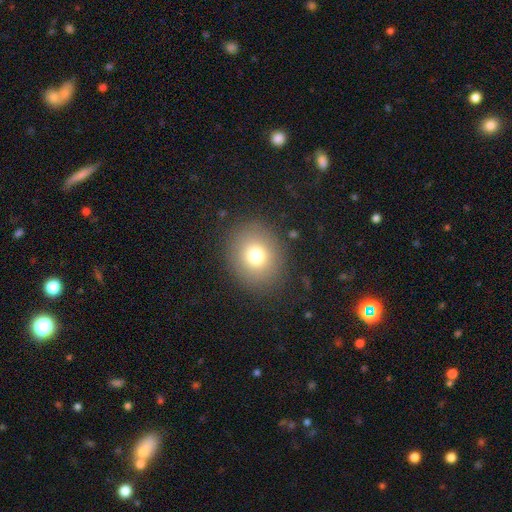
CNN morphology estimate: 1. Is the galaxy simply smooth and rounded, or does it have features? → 76% smooth, 13% star or artifact, 11% featured or disk.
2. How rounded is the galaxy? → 71% round, 28% in between, 1% cigar-shaped.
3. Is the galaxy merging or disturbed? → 86% none, 8% minor disturbance, 4% major disturbance, 1% merger.